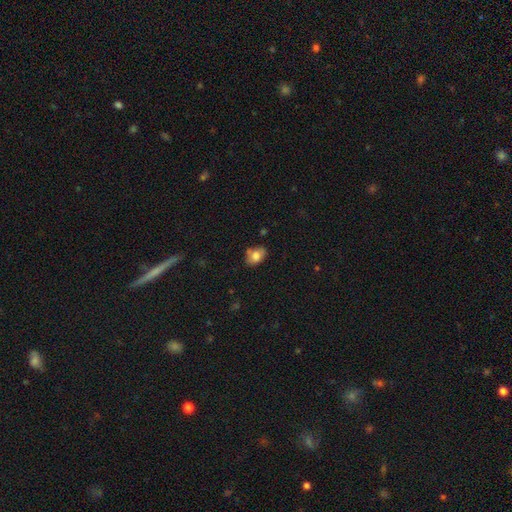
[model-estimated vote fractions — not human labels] Smooth or featured? smooth (78%)
How rounded? in between (81%)
Merging? none (65%)